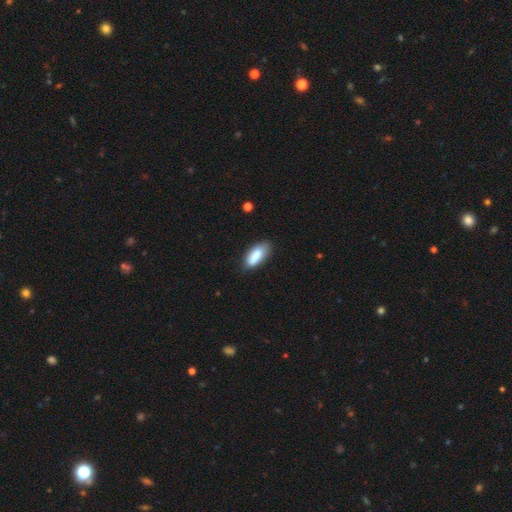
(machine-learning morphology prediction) smooth 81%, featured or disk 12%, star or artifact 7%. Down the decision tree: how rounded — in between (81%); merging — none (70%).